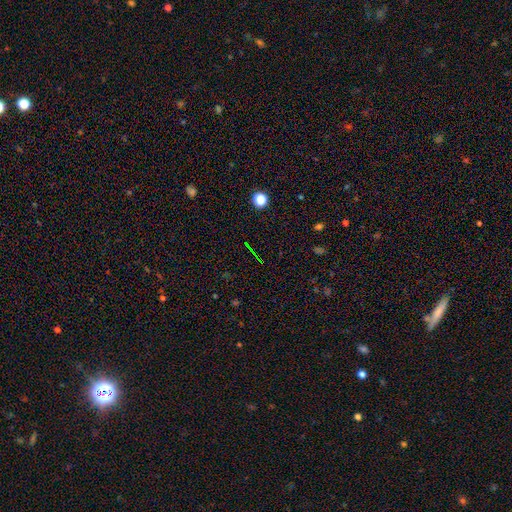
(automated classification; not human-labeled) This is likely a star or artifact rather than a galaxy (72%).